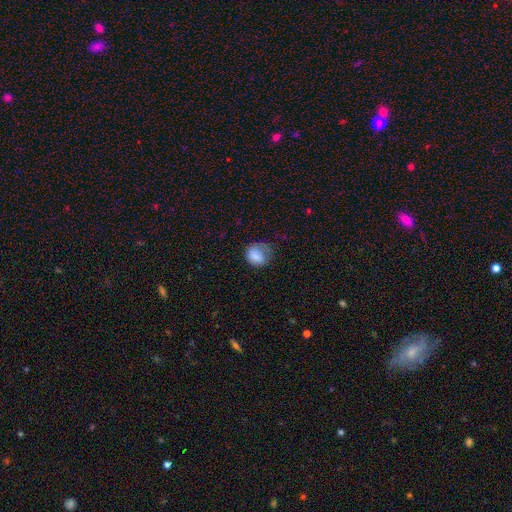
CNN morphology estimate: Smooth or featured? smooth (80%)
How rounded? round (62%)
Merging? none (44%)